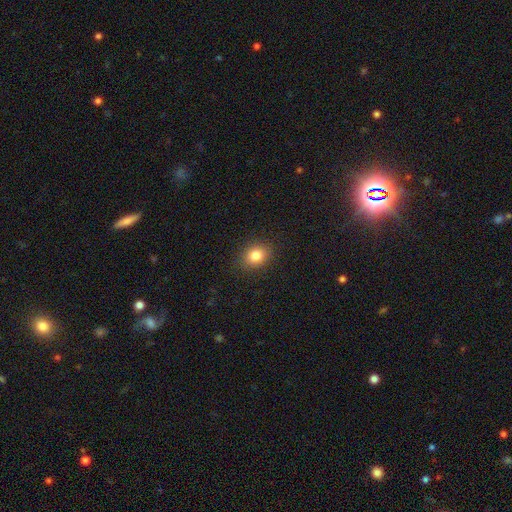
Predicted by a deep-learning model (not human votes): Smooth or featured: smooth — 83% (star or artifact — 10%)
How rounded: in between — 53% (round — 46%)
Merging: none — 88% (minor disturbance — 9%)